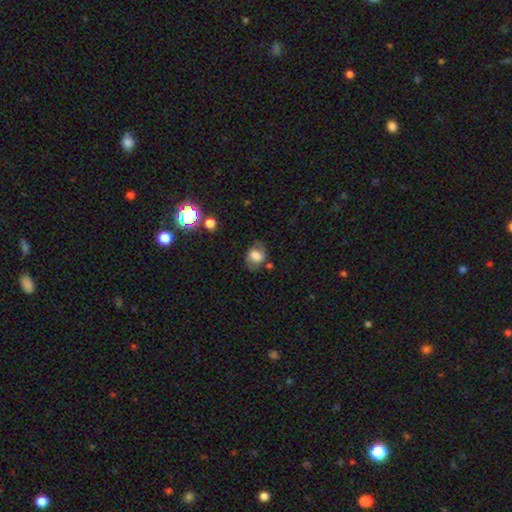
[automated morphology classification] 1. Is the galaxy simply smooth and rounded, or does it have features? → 53% smooth, 36% featured or disk, 11% star or artifact.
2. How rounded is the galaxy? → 59% in between, 40% round, 1% cigar-shaped.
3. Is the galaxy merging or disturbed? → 65% none, 22% minor disturbance, 10% major disturbance, 4% merger.